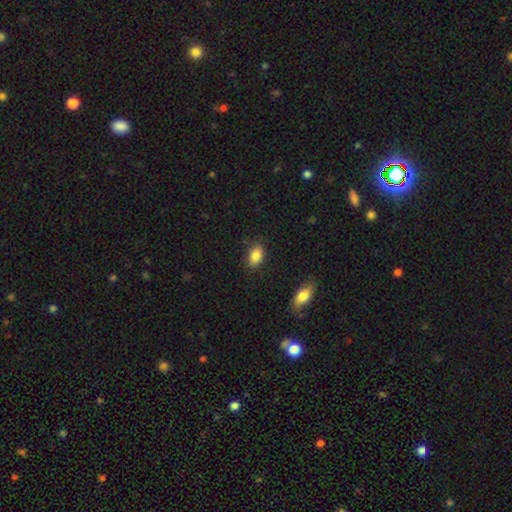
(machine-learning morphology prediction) The model was most divided on "merging": none: 81%, minor disturbance: 14%, major disturbance: 3%, merger: 2%. More confident: how rounded — in between (88%); smooth or featured — smooth (87%).